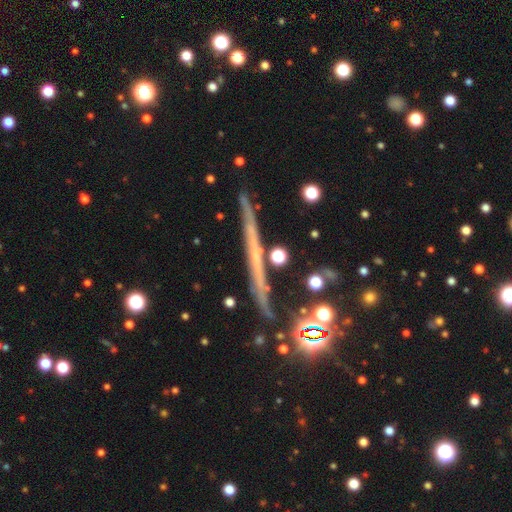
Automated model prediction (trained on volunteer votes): smooth_or_featured: featured or disk (p=0.59) [alt: smooth p=0.26]
disk_edge_on: yes (p=0.96) [alt: no p=0.04]
edge_on_bulge: none (p=0.82) [alt: rounded p=0.14]
merging: none (p=0.86) [alt: minor disturbance p=0.09]